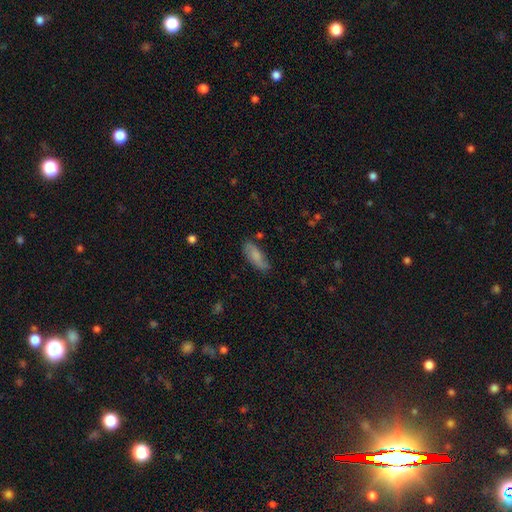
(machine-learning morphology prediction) Overall: smooth (70%). How rounded: in between (64%; cigar-shaped 33%). Merging: none (77%).